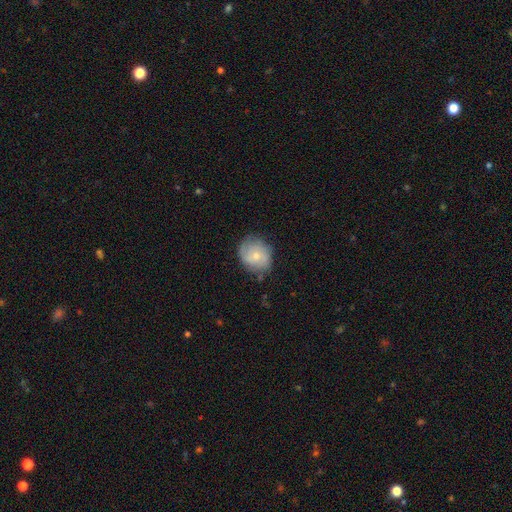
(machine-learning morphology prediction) This is possibly a smooth galaxy (50%). Merging: likely none (72%).